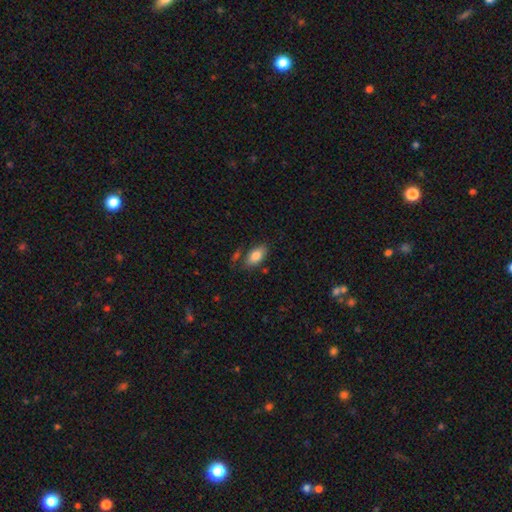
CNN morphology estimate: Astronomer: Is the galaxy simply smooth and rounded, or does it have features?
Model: smooth — 81%.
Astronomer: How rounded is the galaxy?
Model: in between — 92%.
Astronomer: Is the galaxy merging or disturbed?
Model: none — 72%.